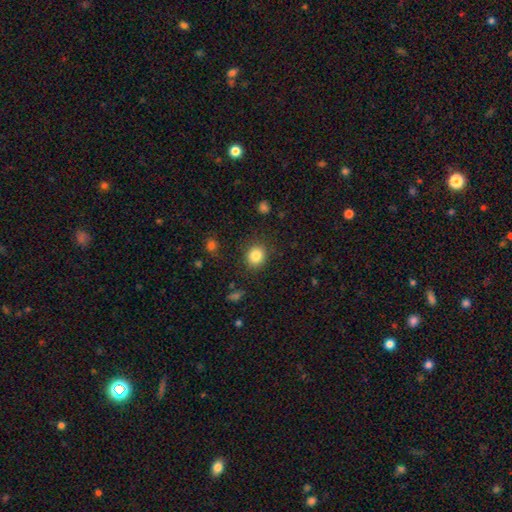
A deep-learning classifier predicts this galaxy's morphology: A smooth galaxy with no disk features (84%) that is round (78%).

Vote fractions:
- Smooth or featured? smooth: 84% / star or artifact: 10% / featured or disk: 6%
- How rounded? round: 78% / in between: 22% / cigar-shaped: 1%
- Merging? none: 87% / minor disturbance: 9% / major disturbance: 3% / merger: 1%